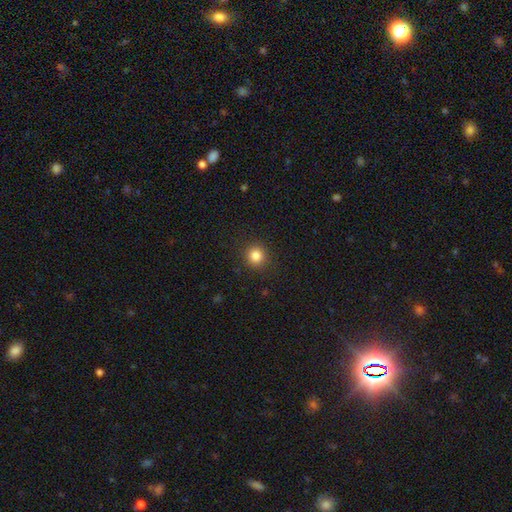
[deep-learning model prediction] smooth 84%, star or artifact 12%, featured or disk 4%. Down the decision tree: how rounded — round (93%); merging — none (91%).